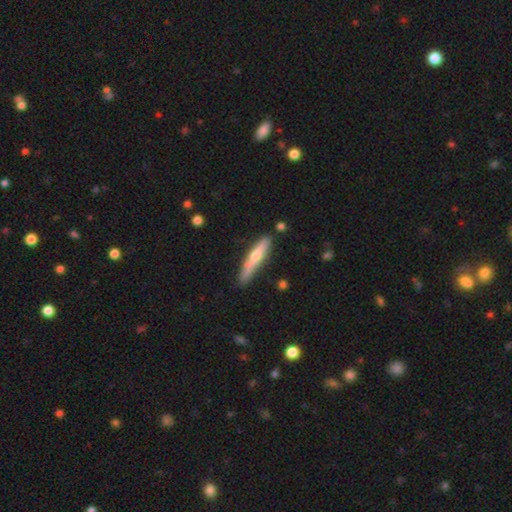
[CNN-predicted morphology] Smooth or featured? Predicted: featured or disk (p=0.49). Merging? Predicted: none (p=0.79).